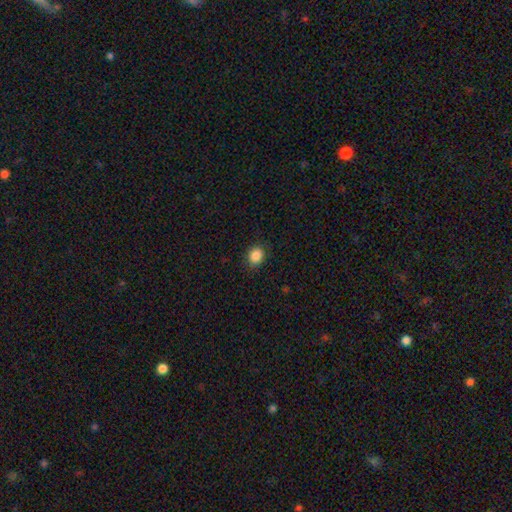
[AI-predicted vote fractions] This is clearly a smooth galaxy (87%). How rounded: possibly round (59%). Merging: clearly none (87%).